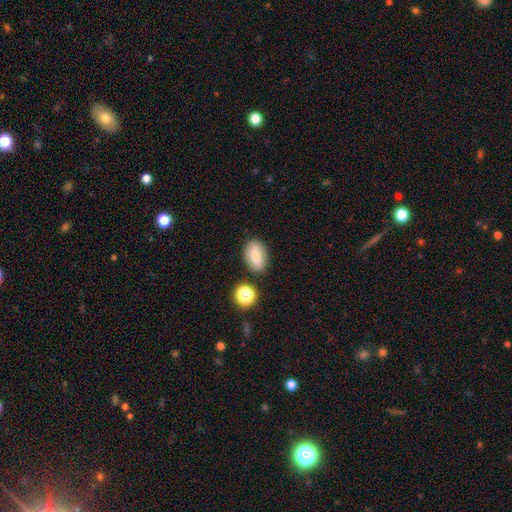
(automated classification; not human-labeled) Smooth or featured? smooth (75%)
How rounded? in between (85%)
Merging? none (81%)